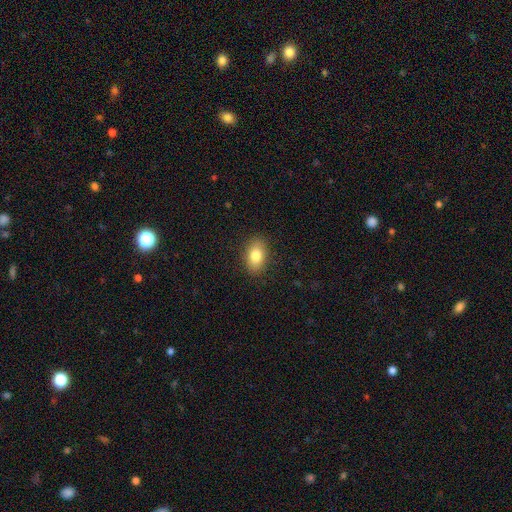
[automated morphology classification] smooth 81%, featured or disk 11%, star or artifact 8%. Down the decision tree: how rounded — in between (86%); merging — none (88%).